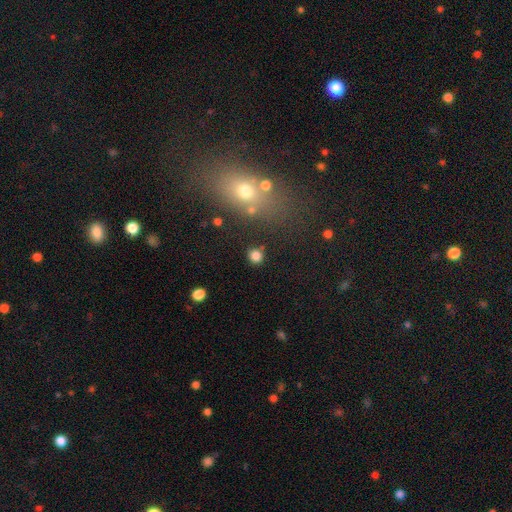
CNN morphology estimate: A smooth galaxy with no disk features (82%) that is round (86%). Merging: none (83%).